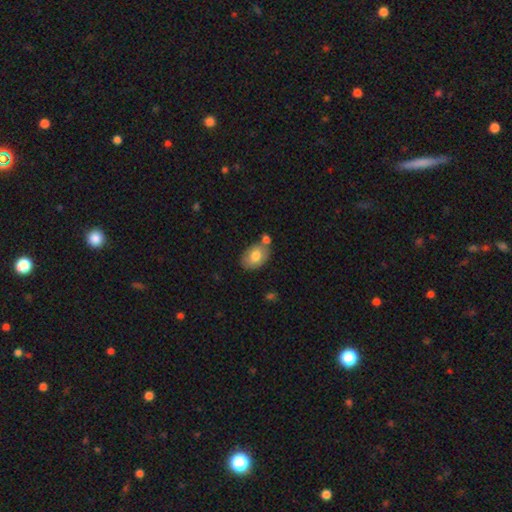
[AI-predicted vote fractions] Smooth or featured? Predicted: smooth (p=0.75). How rounded? Predicted: in between (p=0.85). Merging? Predicted: none (p=0.57).